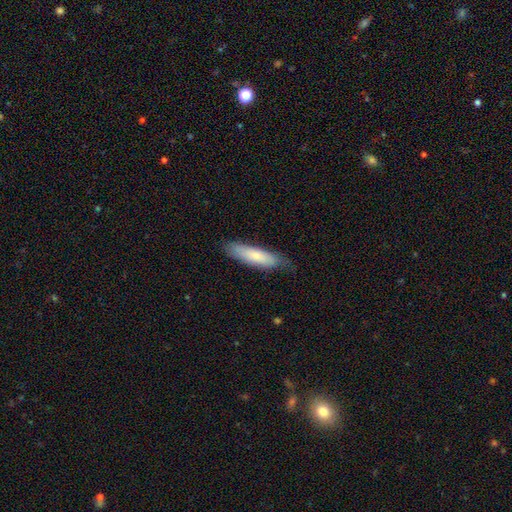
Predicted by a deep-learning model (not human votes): Smooth or featured? smooth (74%)
How rounded? cigar-shaped (67%)
Merging? none (73%)